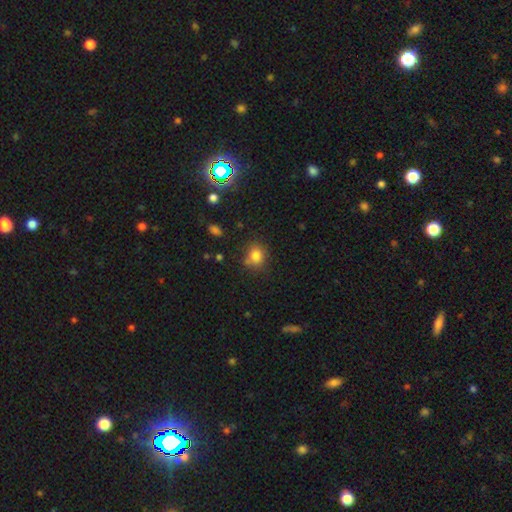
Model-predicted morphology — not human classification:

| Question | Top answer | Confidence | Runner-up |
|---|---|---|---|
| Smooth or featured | smooth | 80% | star or artifact (13%) |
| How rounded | round | 73% | in between (26%) |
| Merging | none | 71% | minor disturbance (17%) |